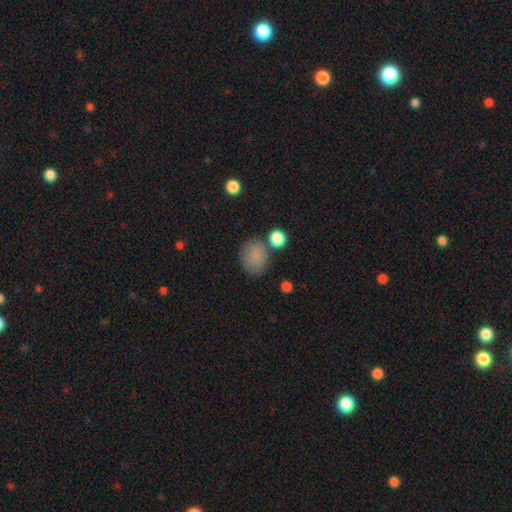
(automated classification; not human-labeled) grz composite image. It shows a smooth galaxy with no disk features (85%) that is round (58%). Merging: none (72%).